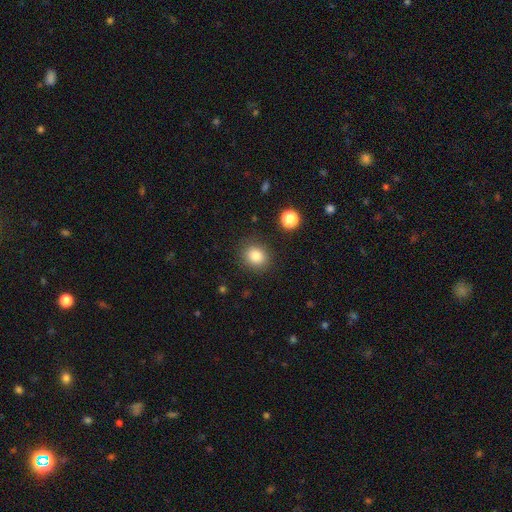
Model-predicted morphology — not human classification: Q: Smooth or featured?
A: smooth (83%); runner-up: star or artifact (11%)
Q: How rounded?
A: round (71%); runner-up: in between (28%)
Q: Merging?
A: none (86%); runner-up: minor disturbance (9%)